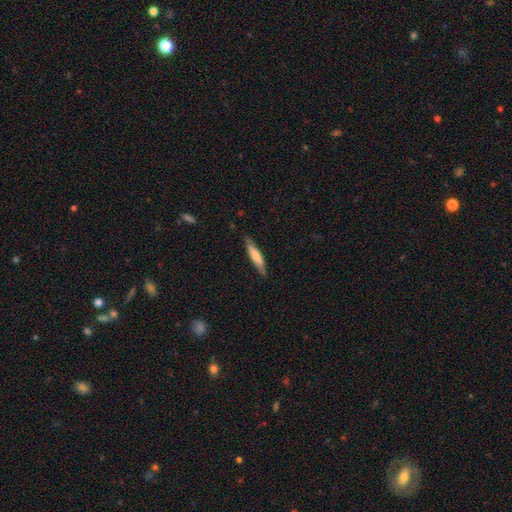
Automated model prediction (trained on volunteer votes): Smooth or featured? smooth (66%)
How rounded? cigar-shaped (84%)
Merging? none (82%)